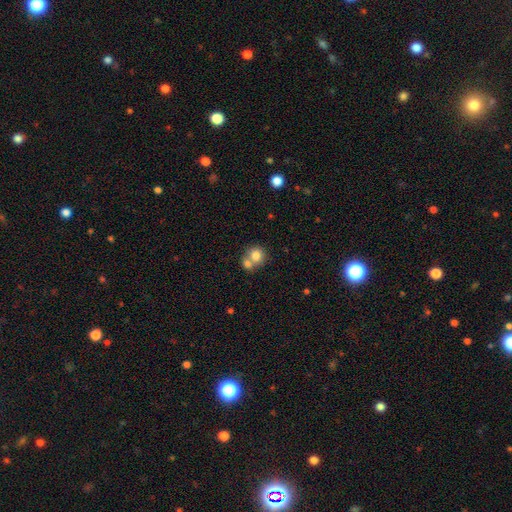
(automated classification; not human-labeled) The model was most divided on "merging": merger: 51%, none: 38%, minor disturbance: 7%, major disturbance: 3%. More confident: how rounded — round (81%); smooth or featured — smooth (77%).